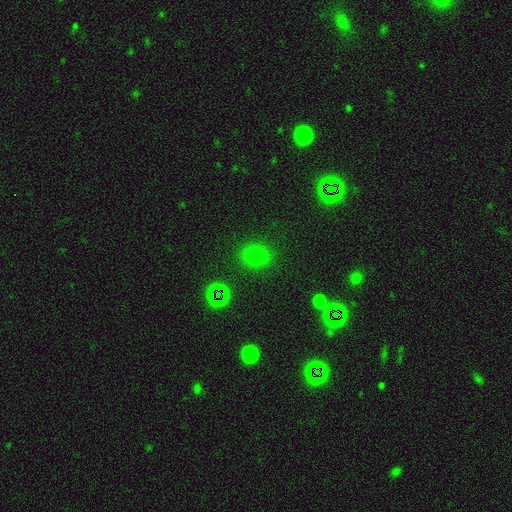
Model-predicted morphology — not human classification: Smooth or featured? Predicted: smooth (p=0.73). How rounded? Predicted: round (p=0.74). Merging? Predicted: none (p=0.86).